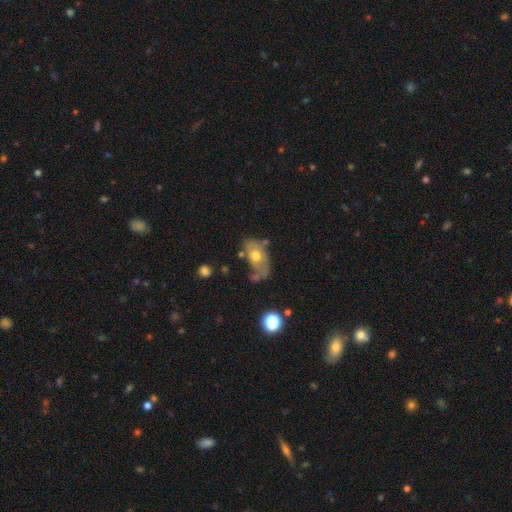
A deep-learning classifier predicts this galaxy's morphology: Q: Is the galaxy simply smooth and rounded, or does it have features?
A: smooth — 49%.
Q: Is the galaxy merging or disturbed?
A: none — 39%.